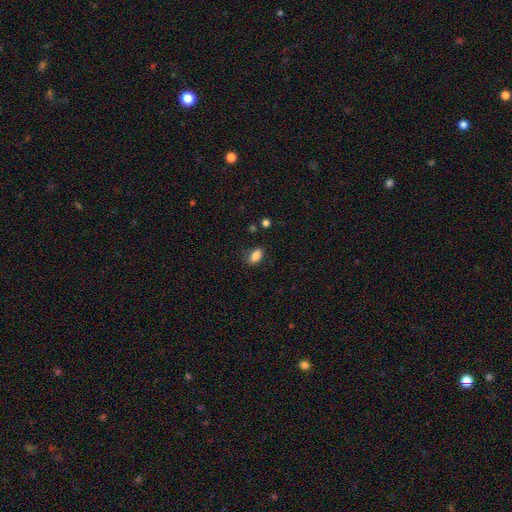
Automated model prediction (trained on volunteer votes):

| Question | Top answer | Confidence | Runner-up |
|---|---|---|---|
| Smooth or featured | smooth | 86% | star or artifact (9%) |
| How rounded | in between | 89% | round (9%) |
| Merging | none | 78% | minor disturbance (16%) |